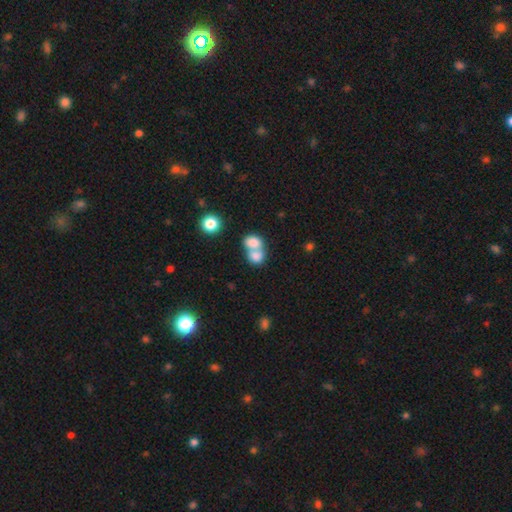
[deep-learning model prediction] Smooth or featured? smooth (77%)
How rounded? in between (58%)
Merging? merger (72%)